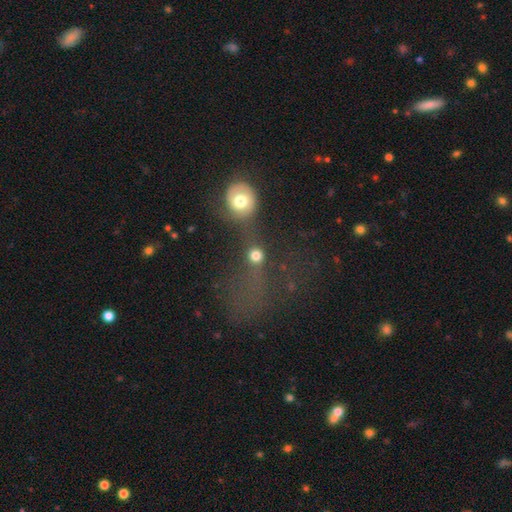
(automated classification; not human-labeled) smooth-or-featured: smooth: 74% | star or artifact: 14% | featured or disk: 12%
  how-rounded: round: 83% | in between: 14% | cigar-shaped: 2%
  merging: none: 40% | merger: 39% | major disturbance: 12% | minor disturbance: 9%